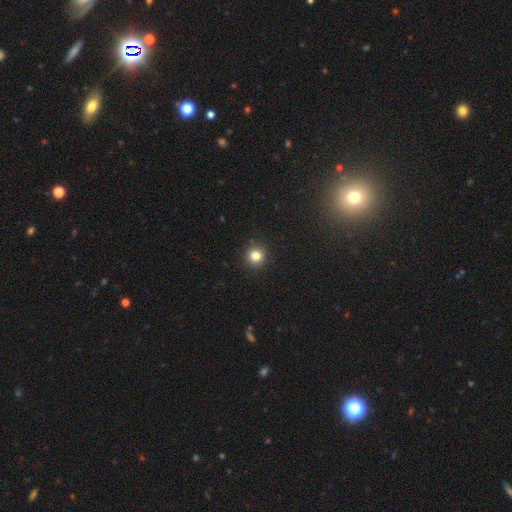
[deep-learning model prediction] smooth 82%, star or artifact 12%, featured or disk 5%. Down the decision tree: how rounded — round (94%); merging — none (93%).